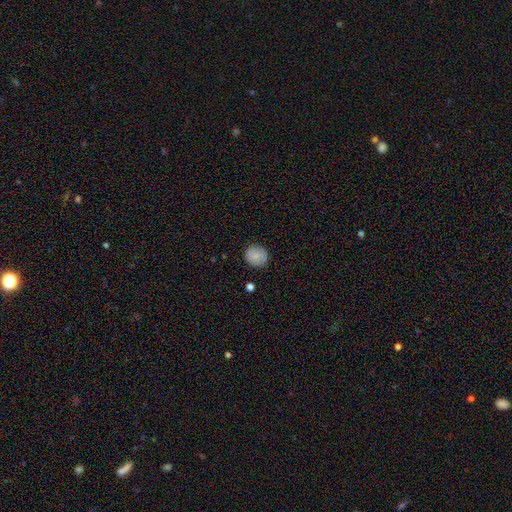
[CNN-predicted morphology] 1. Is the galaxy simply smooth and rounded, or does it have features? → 84% smooth, 8% featured or disk, 8% star or artifact.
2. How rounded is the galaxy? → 87% round, 12% in between, 1% cigar-shaped.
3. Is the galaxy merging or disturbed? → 86% none, 11% minor disturbance, 2% major disturbance, 1% merger.